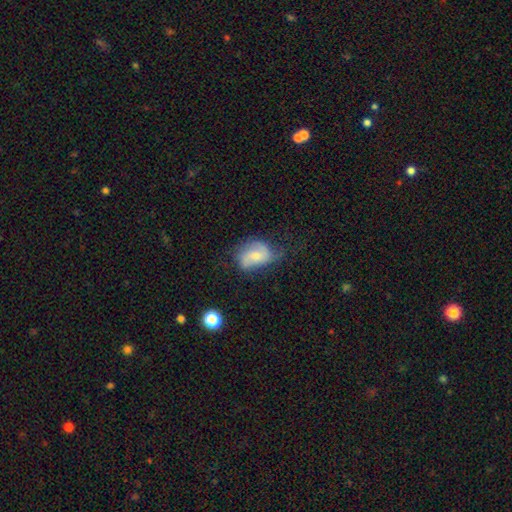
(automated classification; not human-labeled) Morphology: type=featured or disk (50%); edge-on=no (96%); merging=none (44%).